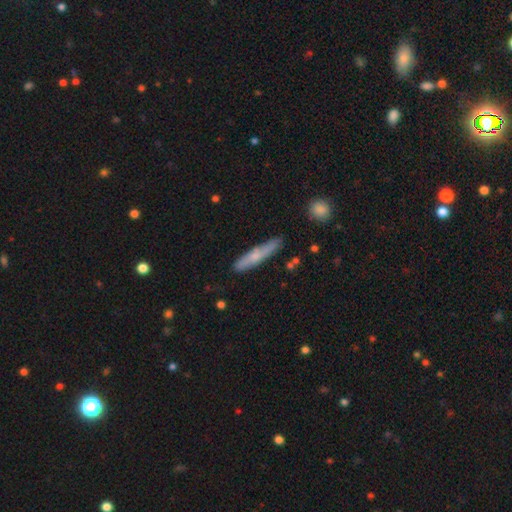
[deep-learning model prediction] A smooth galaxy with no disk features (60%) that is cigar-shaped (90%). Merging: none (80%).